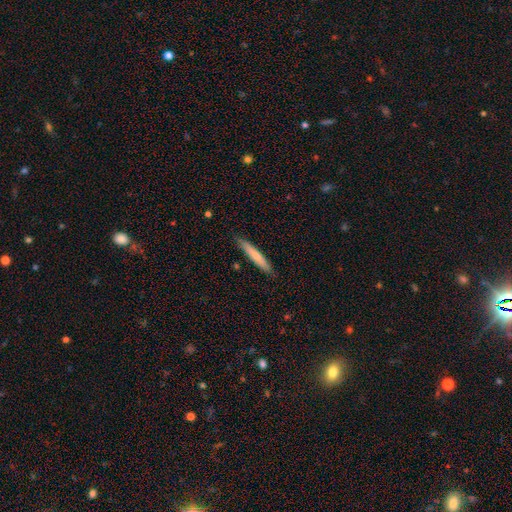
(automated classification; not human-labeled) The model was most divided on "smooth or featured": smooth: 66%, featured or disk: 29%, star or artifact: 5%. More confident: how rounded — cigar-shaped (93%); merging — none (86%).